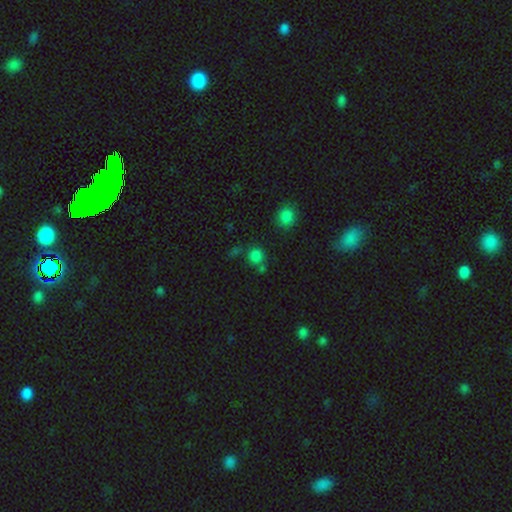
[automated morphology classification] smooth-or-featured: smooth: 77% | star or artifact: 18% | featured or disk: 5%
  how-rounded: round: 87% | in between: 12% | cigar-shaped: 1%
  merging: none: 64% | merger: 19% | minor disturbance: 11% | major disturbance: 5%